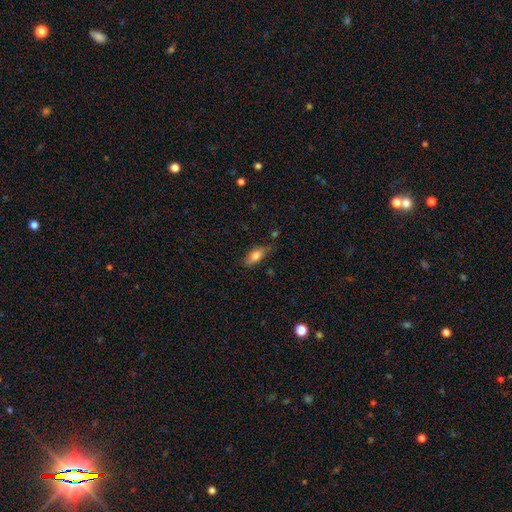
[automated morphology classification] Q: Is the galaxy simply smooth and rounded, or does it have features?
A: smooth — 72%.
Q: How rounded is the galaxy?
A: in between — 76%.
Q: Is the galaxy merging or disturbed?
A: none — 70%.